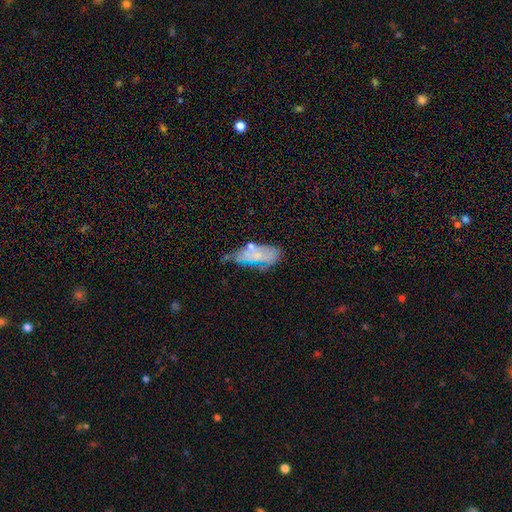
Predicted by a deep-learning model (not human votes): A smooth galaxy with no disk features (51%) that is in between round and cigar-shaped (84%). Merging: none (45%).